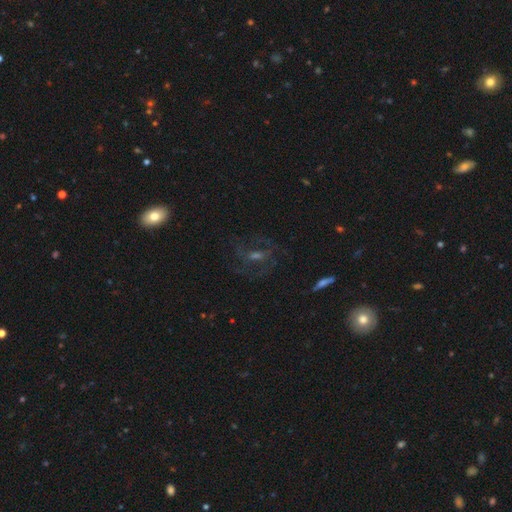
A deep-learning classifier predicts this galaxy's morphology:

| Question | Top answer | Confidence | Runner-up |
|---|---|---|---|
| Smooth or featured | featured or disk | 64% | star or artifact (20%) |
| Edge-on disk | no | 93% | yes (7%) |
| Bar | weak | 44% | no (35%) |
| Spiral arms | yes | 76% | no (24%) |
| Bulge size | moderate | 42% | small (39%) |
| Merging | none | 68% | major disturbance (16%) |